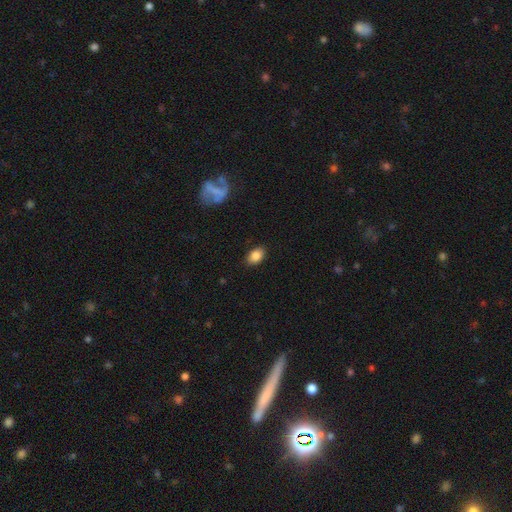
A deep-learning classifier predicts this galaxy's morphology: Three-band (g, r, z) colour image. It shows a smooth galaxy with no disk features (85%) that is in between round and cigar-shaped (86%). Merging: none (86%).